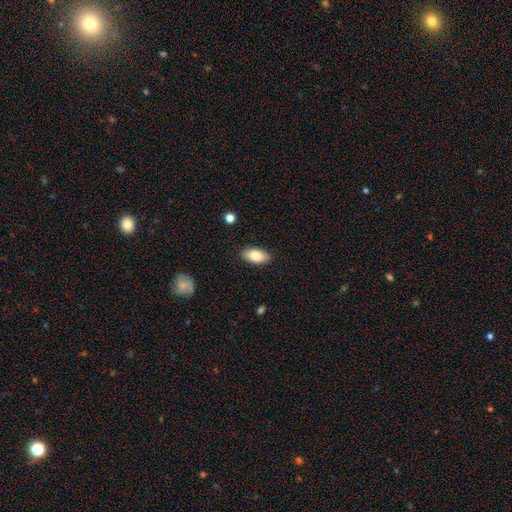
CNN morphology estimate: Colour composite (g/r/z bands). It shows a smooth galaxy with no disk features (82%) that is in between round and cigar-shaped (93%). Merging: none (88%).